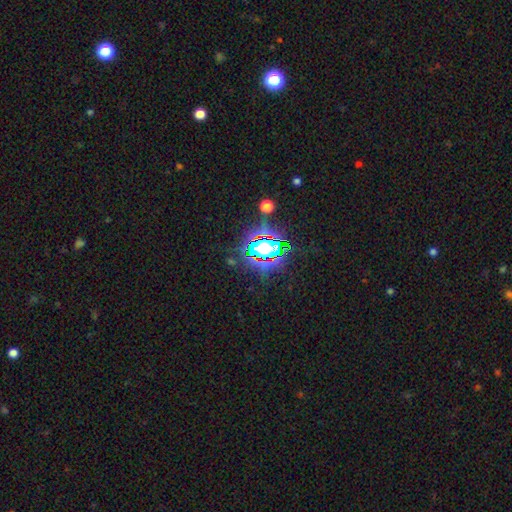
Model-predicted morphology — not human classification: Overall: star or artifact (83%).